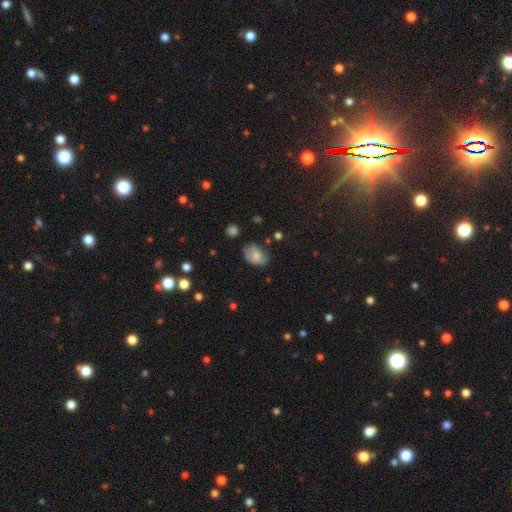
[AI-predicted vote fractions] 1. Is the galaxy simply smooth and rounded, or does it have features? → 75% smooth, 16% featured or disk, 9% star or artifact.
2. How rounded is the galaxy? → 80% in between, 19% round, 1% cigar-shaped.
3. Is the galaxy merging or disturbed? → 56% none, 30% minor disturbance, 11% major disturbance, 3% merger.